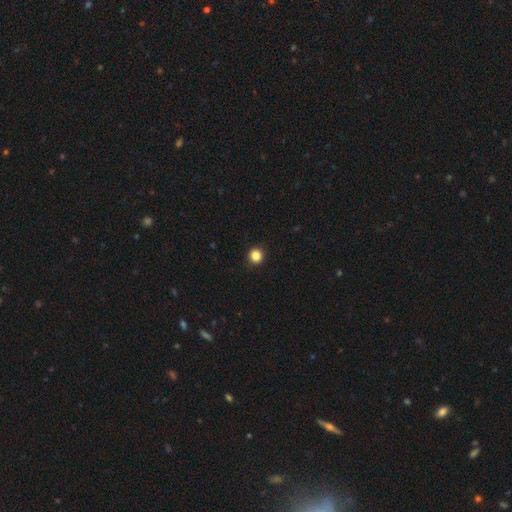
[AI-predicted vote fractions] smooth 86%, star or artifact 11%, featured or disk 3%. Down the decision tree: how rounded — round (93%); merging — none (93%).